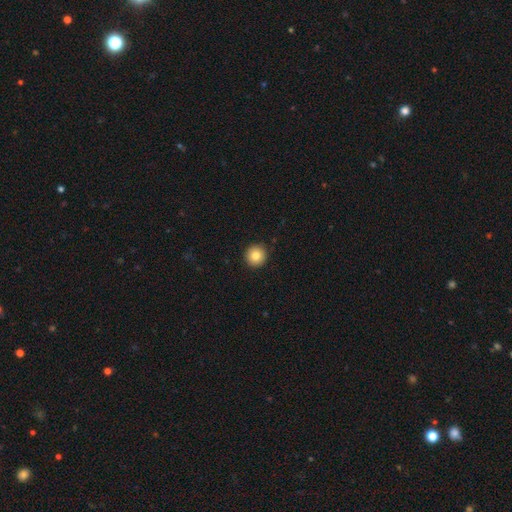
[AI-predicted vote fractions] Smooth or featured: smooth — 83% (star or artifact — 9%)
How rounded: round — 96% (in between — 3%)
Merging: none — 93% (minor disturbance — 5%)